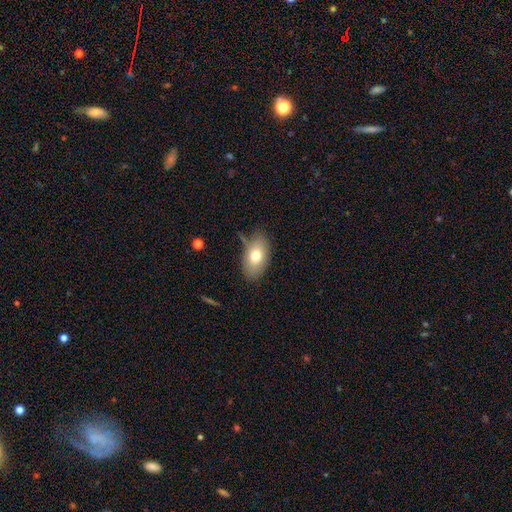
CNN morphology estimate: type=smooth (73%); roundness=in between (91%); merging=none (71%).